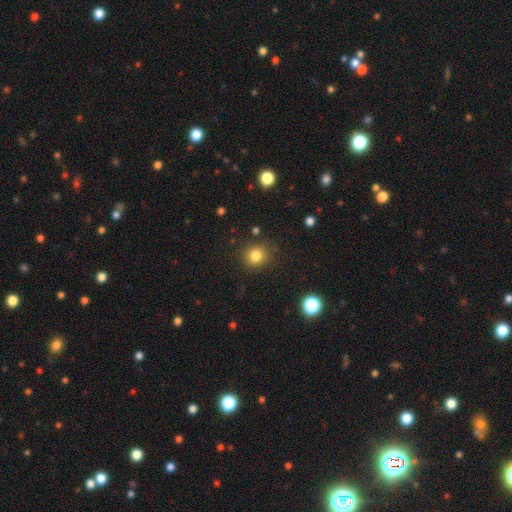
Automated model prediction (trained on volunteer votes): Q: Smooth or featured?
A: smooth (82%); runner-up: star or artifact (13%)
Q: How rounded?
A: round (86%); runner-up: in between (13%)
Q: Merging?
A: none (87%); runner-up: minor disturbance (8%)